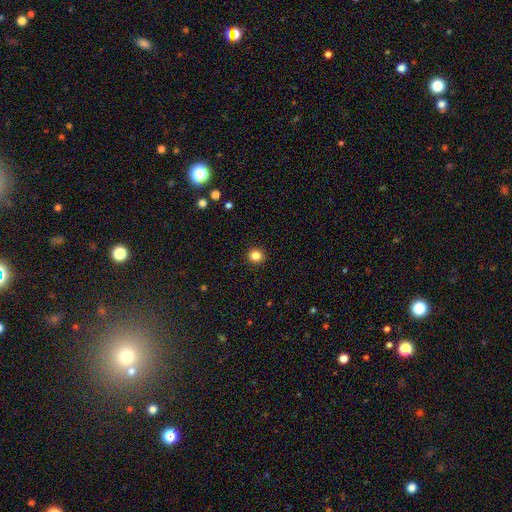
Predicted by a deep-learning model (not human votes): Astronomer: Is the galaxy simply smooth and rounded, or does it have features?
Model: smooth — 84%.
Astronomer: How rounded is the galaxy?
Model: round — 89%.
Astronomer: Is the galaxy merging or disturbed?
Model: none — 92%.